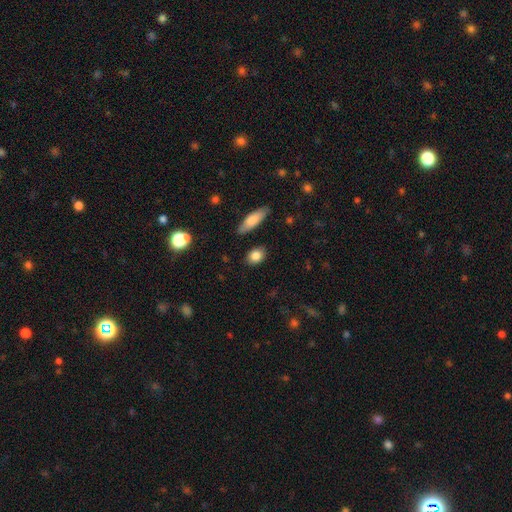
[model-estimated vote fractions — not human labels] Smooth or featured? Predicted: smooth (p=0.84). How rounded? Predicted: in between (p=0.64). Merging? Predicted: none (p=0.85).